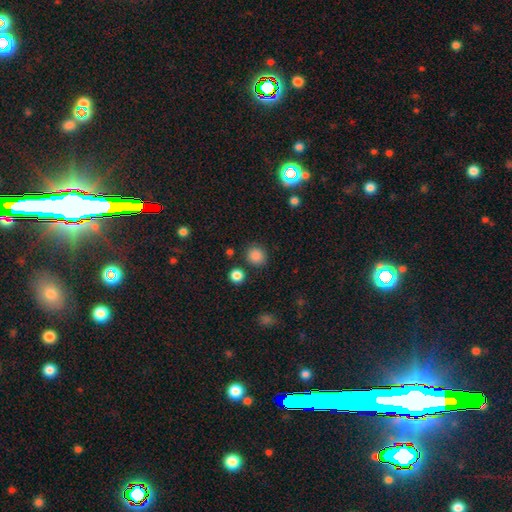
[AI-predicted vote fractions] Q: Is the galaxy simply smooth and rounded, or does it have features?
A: smooth — 85%.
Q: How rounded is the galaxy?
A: round — 86%.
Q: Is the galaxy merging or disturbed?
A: none — 85%.